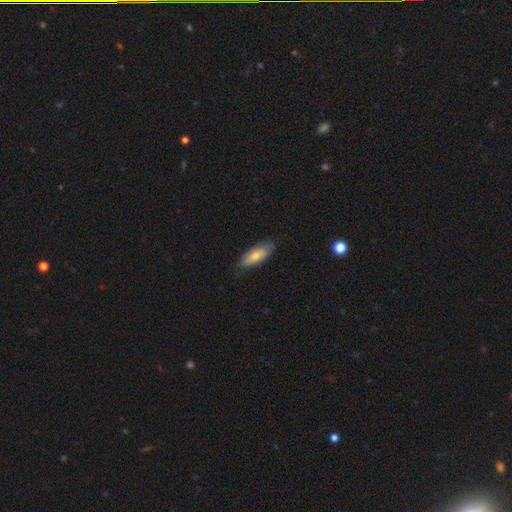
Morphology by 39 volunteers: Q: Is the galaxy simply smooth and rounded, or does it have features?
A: smooth — 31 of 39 (79%).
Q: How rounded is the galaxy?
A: in between — 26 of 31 (84%).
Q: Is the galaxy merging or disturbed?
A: none — 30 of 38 (79%).